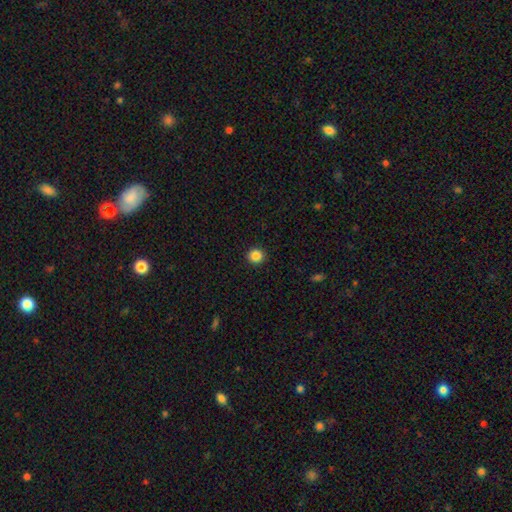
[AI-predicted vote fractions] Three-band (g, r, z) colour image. It shows a smooth galaxy with no disk features (87%) that is round (94%). Merging: none (93%).